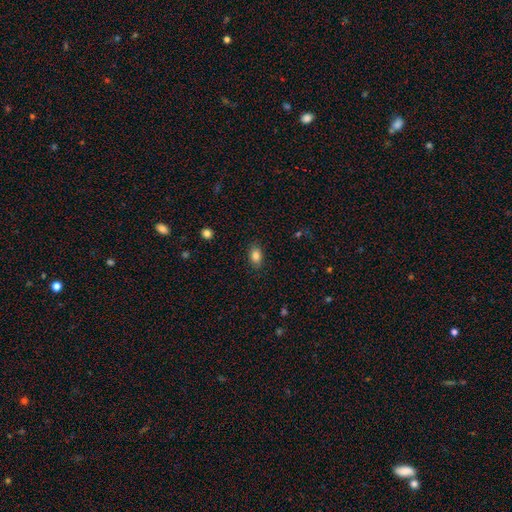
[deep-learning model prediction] Smooth or featured? smooth (84%)
How rounded? in between (85%)
Merging? none (86%)